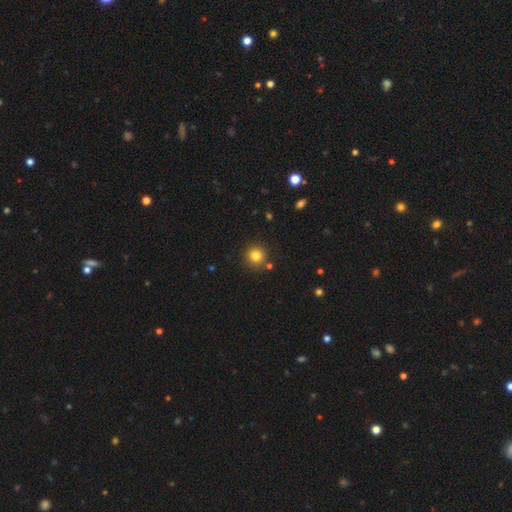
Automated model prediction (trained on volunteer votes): The model was most divided on "smooth or featured": smooth: 82%, star or artifact: 12%, featured or disk: 6%. More confident: how rounded — round (94%); merging — none (86%).